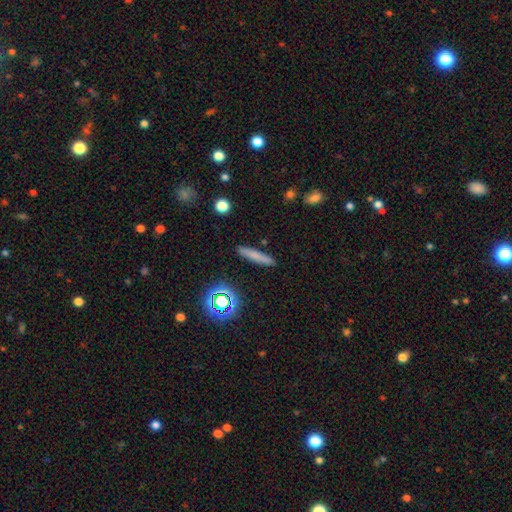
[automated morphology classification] Smooth or featured? smooth (72%)
How rounded? cigar-shaped (89%)
Merging? none (89%)